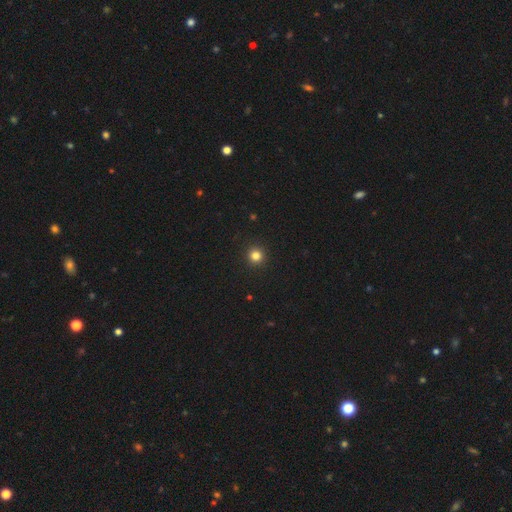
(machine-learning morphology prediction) Q: Smooth or featured?
A: smooth (82%); runner-up: star or artifact (14%)
Q: How rounded?
A: round (96%); runner-up: in between (3%)
Q: Merging?
A: none (94%); runner-up: minor disturbance (4%)